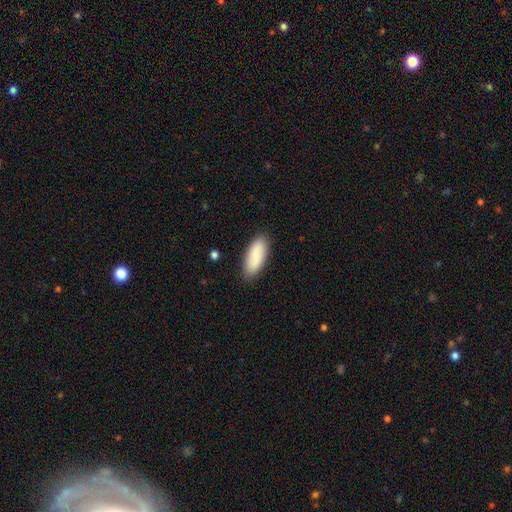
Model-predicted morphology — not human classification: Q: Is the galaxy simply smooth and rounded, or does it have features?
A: smooth — 83%.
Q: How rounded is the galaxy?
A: in between — 78%.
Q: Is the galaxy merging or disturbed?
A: none — 87%.